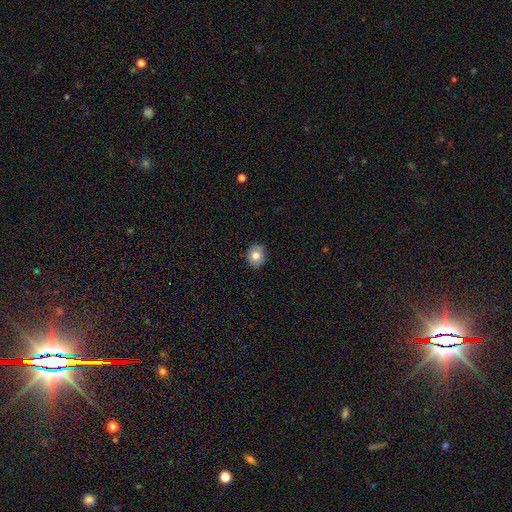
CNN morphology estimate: Q: Smooth or featured?
A: smooth (78%); runner-up: featured or disk (13%)
Q: How rounded?
A: round (63%); runner-up: in between (36%)
Q: Merging?
A: none (91%); runner-up: minor disturbance (7%)